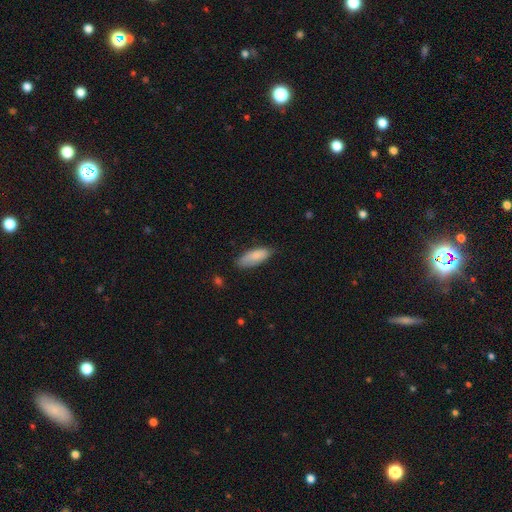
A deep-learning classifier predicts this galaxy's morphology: Q: Smooth or featured?
A: smooth (84%); runner-up: featured or disk (10%)
Q: How rounded?
A: in between (74%); runner-up: cigar-shaped (24%)
Q: Merging?
A: none (69%); runner-up: minor disturbance (25%)